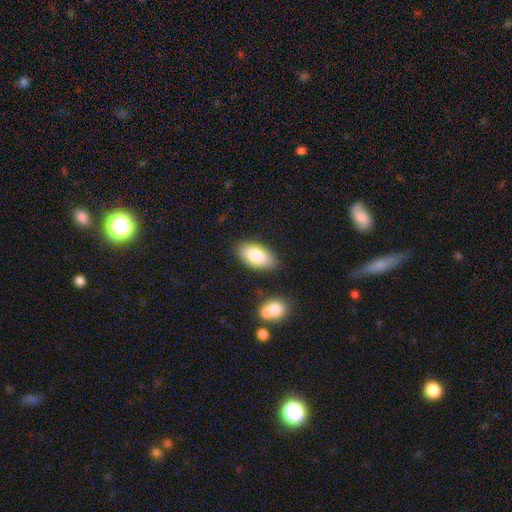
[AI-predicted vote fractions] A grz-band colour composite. It shows a smooth galaxy with no disk features (82%) that is in between round and cigar-shaped (94%). Merging: none (83%).